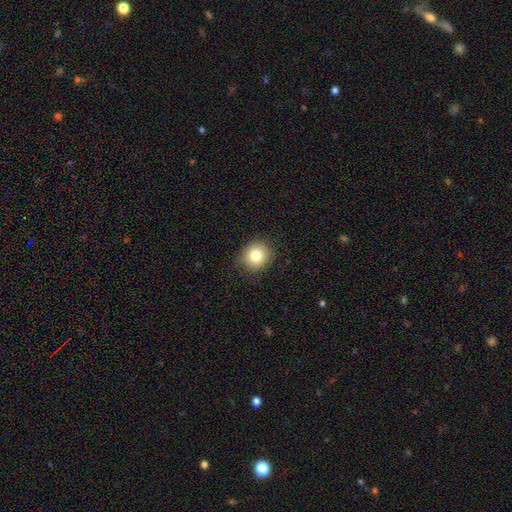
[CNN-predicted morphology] This is clearly a smooth galaxy (80%). How rounded: clearly round (80%). Merging: clearly none (83%).